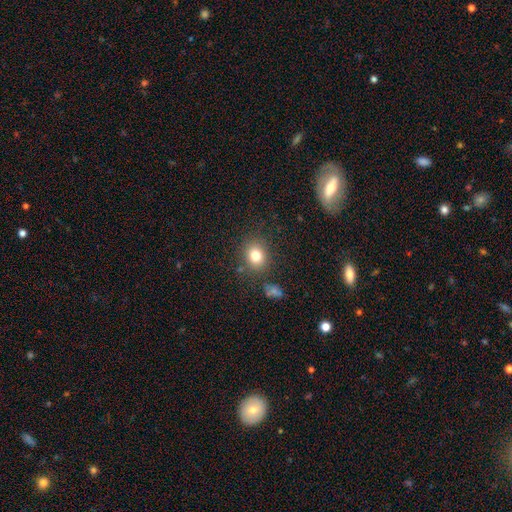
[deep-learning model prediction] smooth 79%, star or artifact 12%, featured or disk 8%. Down the decision tree: how rounded — round (68%); merging — none (82%).